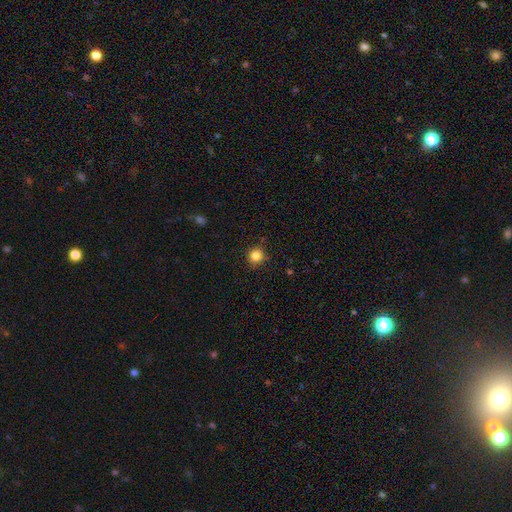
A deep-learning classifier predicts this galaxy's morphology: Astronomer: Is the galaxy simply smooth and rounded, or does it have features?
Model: smooth — 84%.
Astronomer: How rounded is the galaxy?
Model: round — 93%.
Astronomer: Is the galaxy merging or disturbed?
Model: none — 88%.